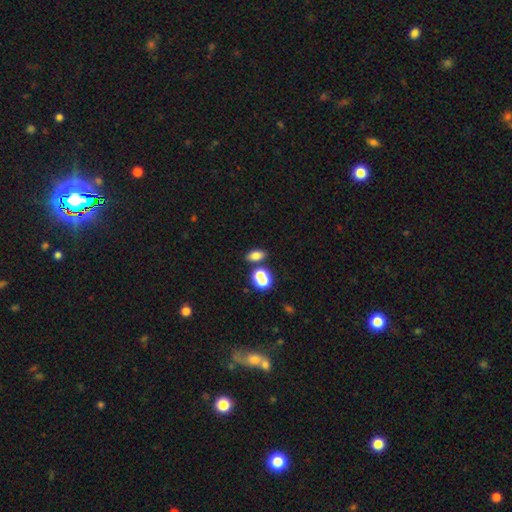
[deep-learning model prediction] Overall: smooth (76%). How rounded: in between (79%). Merging: none (64%).